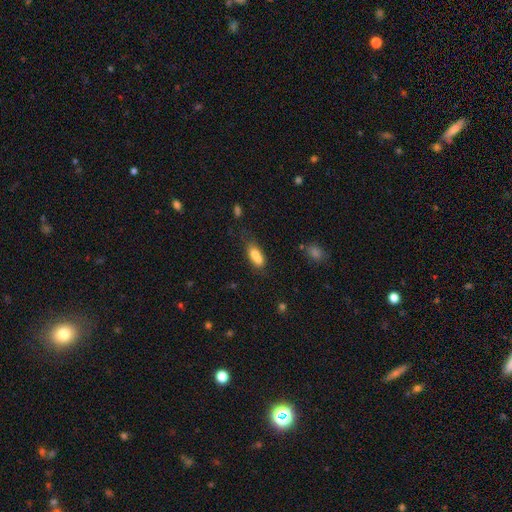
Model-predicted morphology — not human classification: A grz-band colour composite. It shows a smooth galaxy with no disk features (72%) that is in between round and cigar-shaped (75%). Merging: merger (45%).